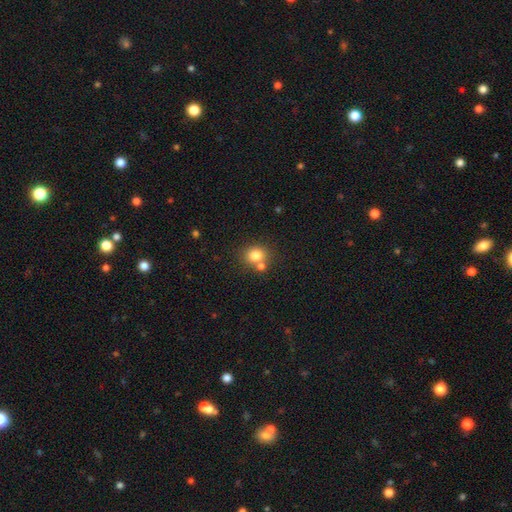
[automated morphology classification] smooth_or_featured: smooth (p=0.79) [alt: star or artifact p=0.12]
how_rounded: round (p=0.79) [alt: in between p=0.20]
merging: none (p=0.62) [alt: merger p=0.26]